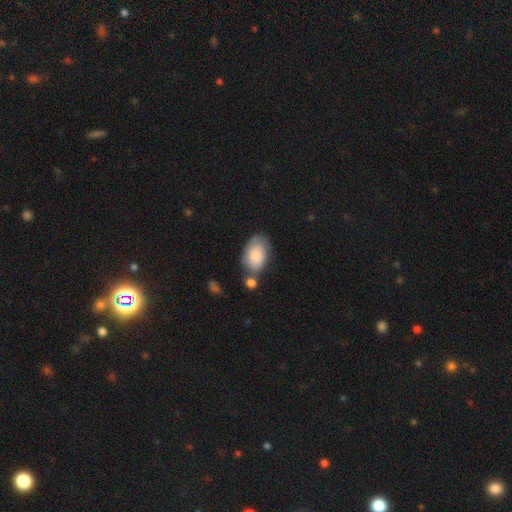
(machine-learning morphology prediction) Smooth or featured?
  - smooth: 81% *
  - featured or disk: 13%
  - star or artifact: 6%
How rounded?
  - in between: 91% *
  - round: 8%
  - cigar-shaped: 1%
Merging?
  - none: 50% *
  - minor disturbance: 23%
  - merger: 19%
  - major disturbance: 8%